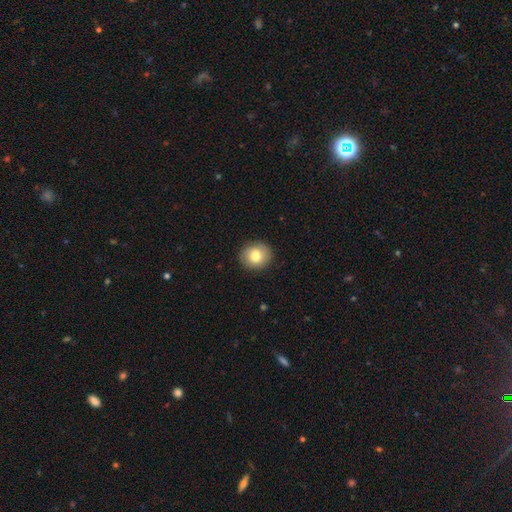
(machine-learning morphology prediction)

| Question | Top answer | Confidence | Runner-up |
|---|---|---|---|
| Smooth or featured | smooth | 80% | featured or disk (12%) |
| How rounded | round | 82% | in between (17%) |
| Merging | none | 89% | minor disturbance (8%) |